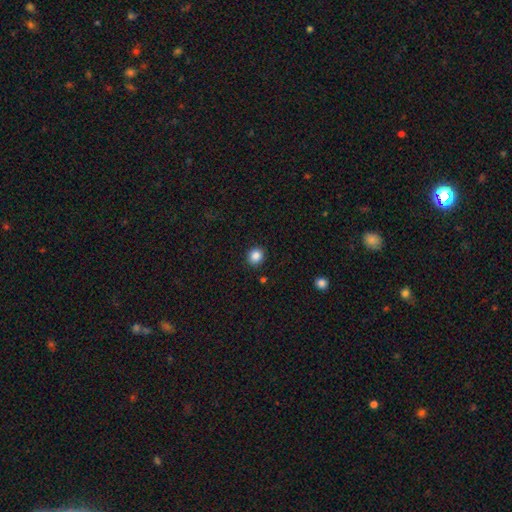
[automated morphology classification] This is clearly a smooth galaxy (86%). How rounded: likely round (79%). Merging: clearly none (91%).